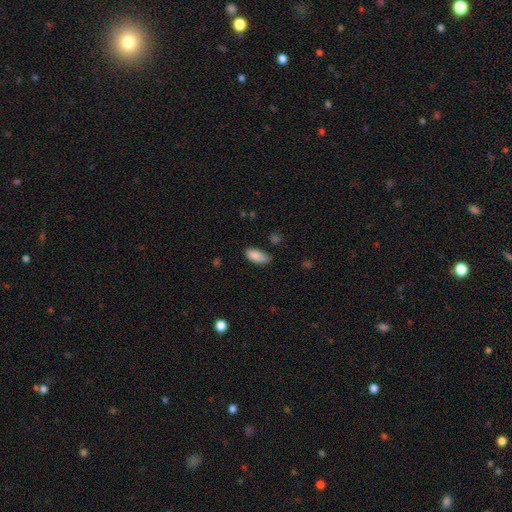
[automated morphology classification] type=smooth (87%); roundness=in between (90%); merging=none (67%).